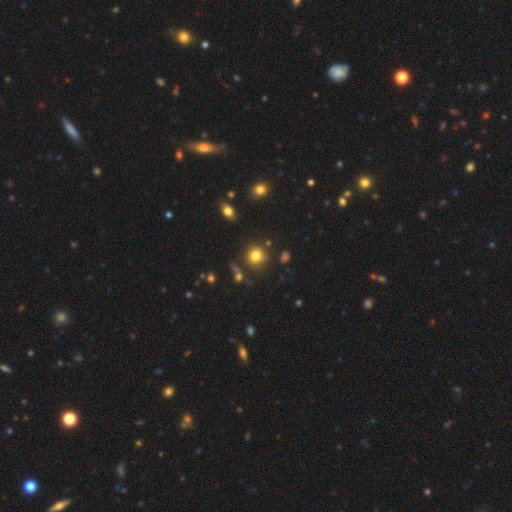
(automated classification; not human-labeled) Smooth or featured?
  - smooth: 79% *
  - star or artifact: 13%
  - featured or disk: 7%
How rounded?
  - round: 89% *
  - in between: 10%
  - cigar-shaped: 1%
Merging?
  - none: 80% *
  - minor disturbance: 11%
  - merger: 6%
  - major disturbance: 4%